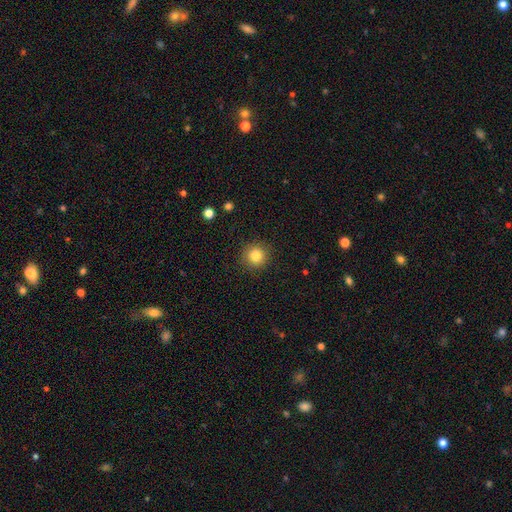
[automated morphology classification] This appears to be a smooth galaxy with no disk features (82%) that is round (94%). Merging: none (91%).